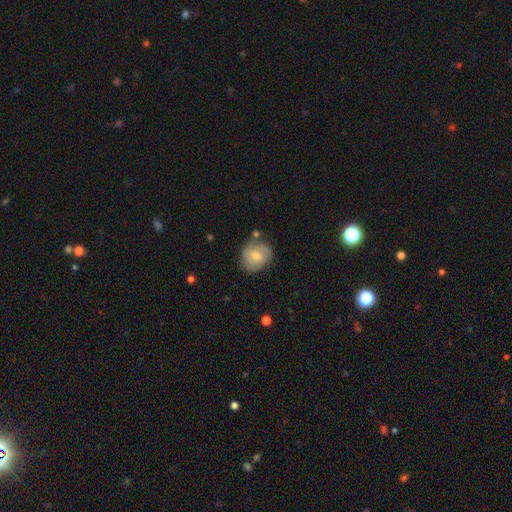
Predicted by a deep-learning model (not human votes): Smooth or featured?
  - smooth: 66% *
  - featured or disk: 27%
  - star or artifact: 8%
How rounded?
  - round: 84% *
  - in between: 15%
  - cigar-shaped: 1%
Merging?
  - none: 75% *
  - minor disturbance: 16%
  - merger: 5%
  - major disturbance: 4%